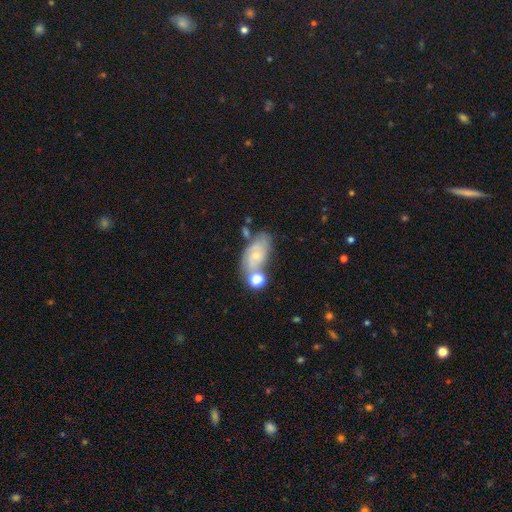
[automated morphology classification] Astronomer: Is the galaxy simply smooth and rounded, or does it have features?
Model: smooth — 46% (runner-up: featured or disk, 45%).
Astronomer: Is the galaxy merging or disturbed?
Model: none — 45% (runner-up: merger, 23%).